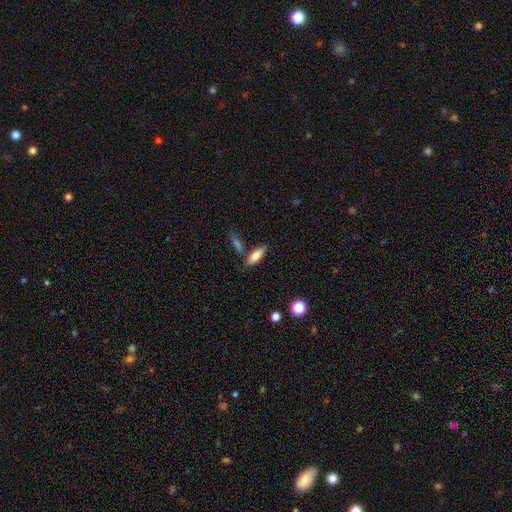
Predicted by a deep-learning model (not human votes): Smooth or featured?
  - smooth: 74% *
  - featured or disk: 19%
  - star or artifact: 7%
How rounded?
  - in between: 62% *
  - cigar-shaped: 35%
  - round: 3%
Merging?
  - none: 74% *
  - minor disturbance: 13%
  - merger: 9%
  - major disturbance: 3%